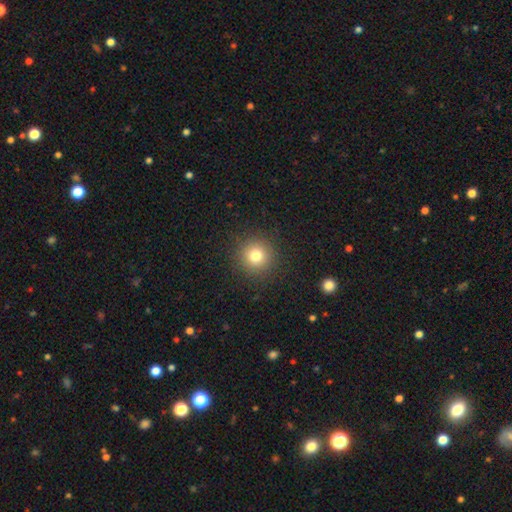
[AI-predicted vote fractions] A smooth galaxy with no disk features (78%) that is round (95%). Merging: none (91%).